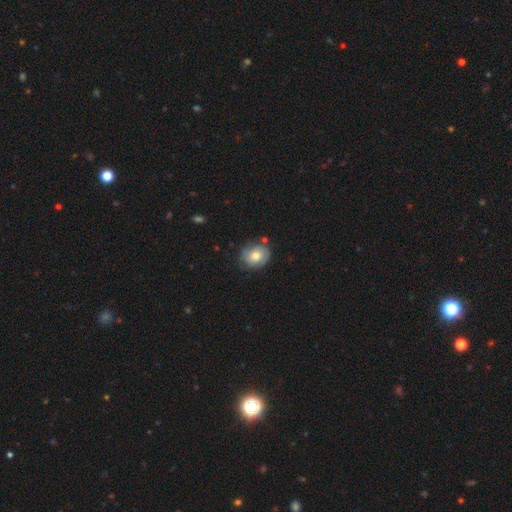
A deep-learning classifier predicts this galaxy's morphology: Smooth or featured: smooth — 52% (featured or disk — 40%)
How rounded: round — 54% (in between — 45%)
Merging: none — 71% (minor disturbance — 20%)